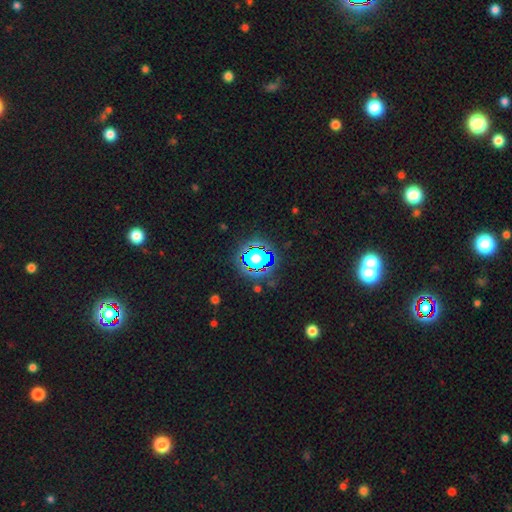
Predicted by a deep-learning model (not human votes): A star or artifact, not a galaxy (78%).